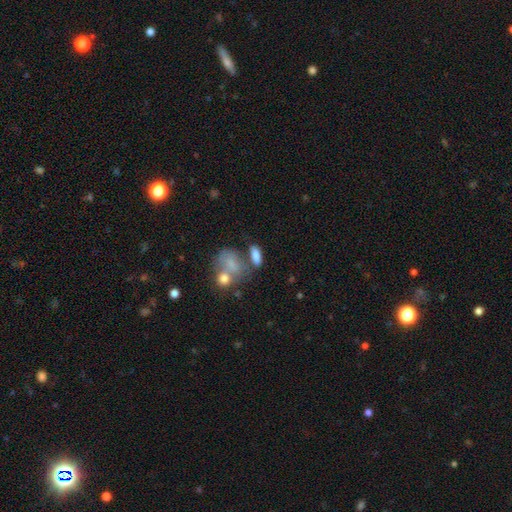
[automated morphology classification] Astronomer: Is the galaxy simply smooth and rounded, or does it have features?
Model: smooth — 76%.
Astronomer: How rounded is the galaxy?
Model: in between — 74%.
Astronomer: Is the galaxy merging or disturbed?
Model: none — 48% (runner-up: merger, 28%).